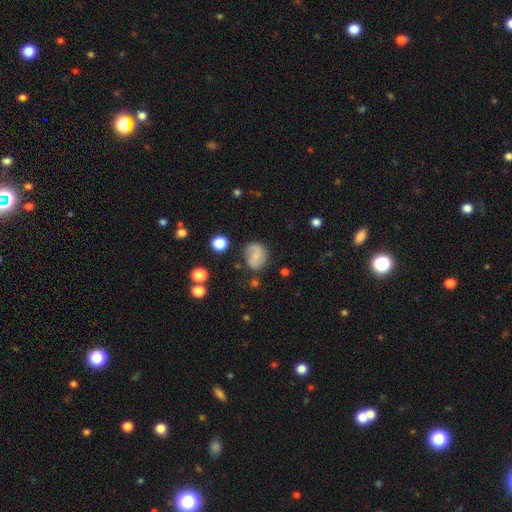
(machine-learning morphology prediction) smooth 52%, featured or disk 37%, star or artifact 10%. Down the decision tree: how rounded — round (58%); merging — none (67%).